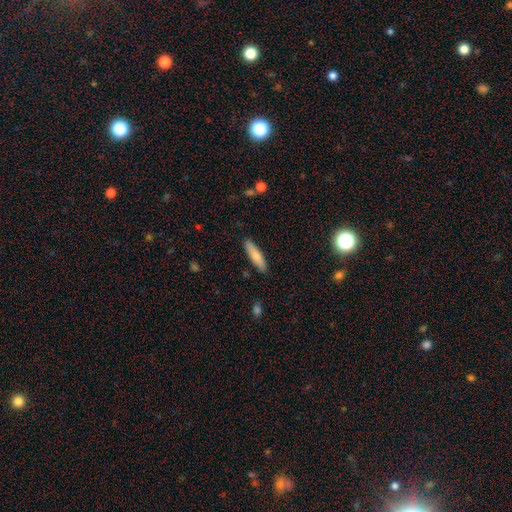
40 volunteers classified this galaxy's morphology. Overall: smooth (78%). How rounded: cigar-shaped (84%). Merging: none (84%).